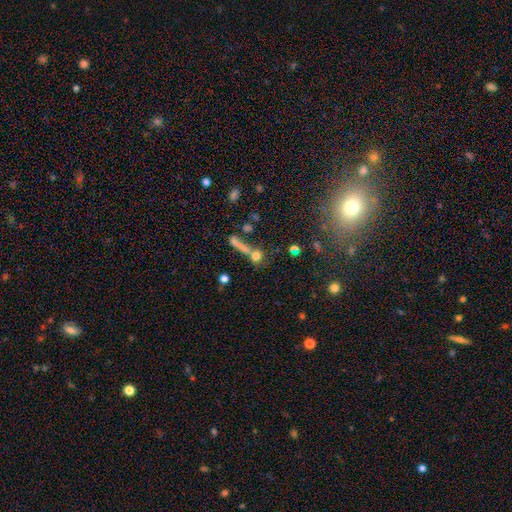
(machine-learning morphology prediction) smooth-or-featured: smooth: 66% | star or artifact: 18% | featured or disk: 16%
  how-rounded: round: 57% | cigar-shaped: 26% | in between: 17%
  merging: none: 52% | merger: 28% | minor disturbance: 11% | major disturbance: 9%